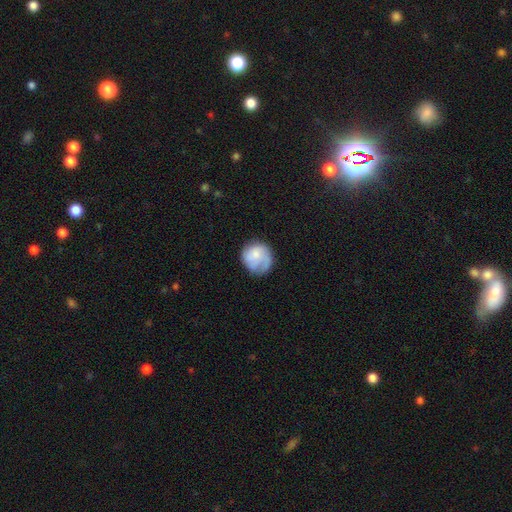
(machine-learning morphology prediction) Smooth or featured?
  - smooth: 59% *
  - featured or disk: 34%
  - star or artifact: 7%
How rounded?
  - round: 82% *
  - in between: 17%
  - cigar-shaped: 1%
Merging?
  - none: 56% *
  - minor disturbance: 26%
  - major disturbance: 16%
  - merger: 2%